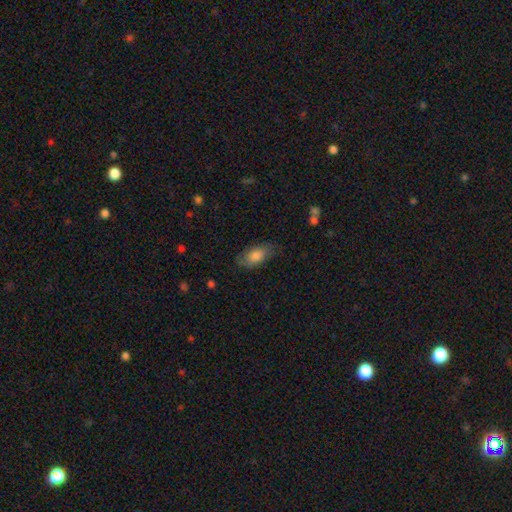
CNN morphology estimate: Q: Smooth or featured?
A: smooth (76%); runner-up: featured or disk (17%)
Q: How rounded?
A: in between (91%); runner-up: cigar-shaped (5%)
Q: Merging?
A: none (73%); runner-up: minor disturbance (21%)